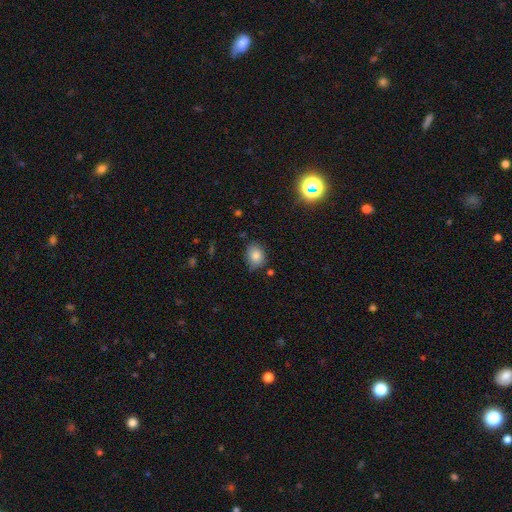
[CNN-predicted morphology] type=smooth (83%); roundness=in between (62%); merging=none (73%).